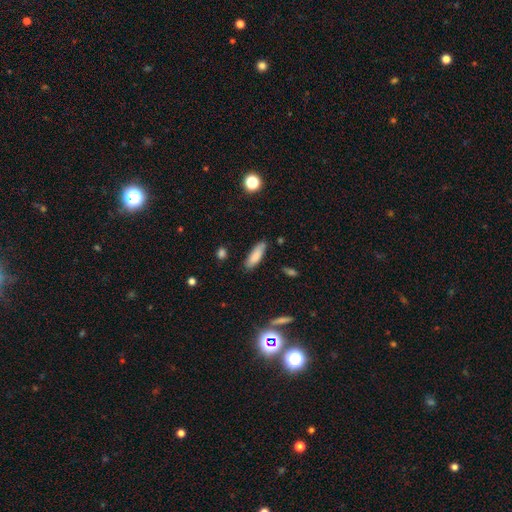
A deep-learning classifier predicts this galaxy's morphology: Smooth or featured: smooth — 84% (featured or disk — 9%)
How rounded: in between — 55% (cigar-shaped — 43%)
Merging: none — 79% (minor disturbance — 16%)